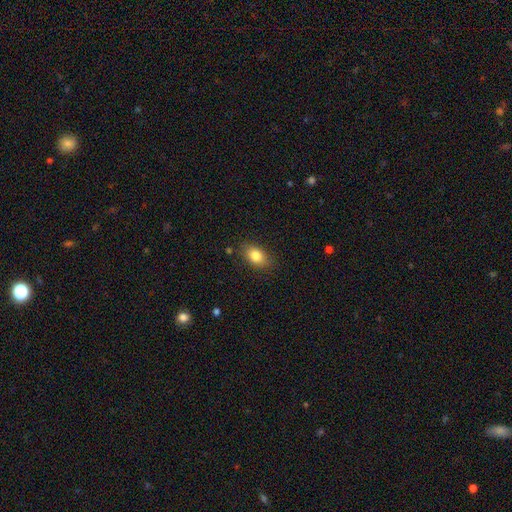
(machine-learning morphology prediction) Smooth or featured: smooth — 83% (star or artifact — 9%)
How rounded: in between — 85% (round — 13%)
Merging: none — 84% (minor disturbance — 12%)